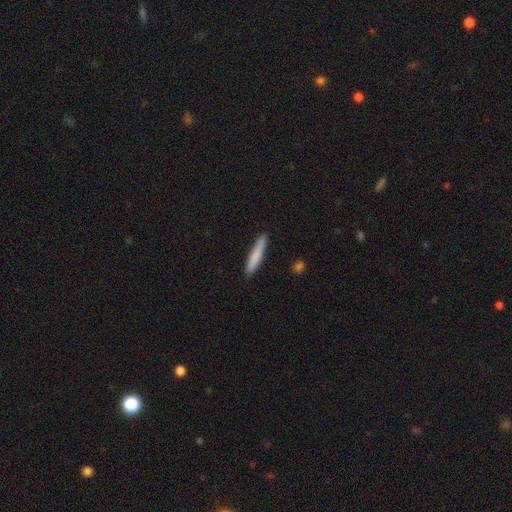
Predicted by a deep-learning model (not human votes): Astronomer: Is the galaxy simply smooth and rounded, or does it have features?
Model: smooth — 80%.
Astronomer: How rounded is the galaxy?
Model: cigar-shaped — 93%.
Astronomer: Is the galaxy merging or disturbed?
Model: none — 88%.